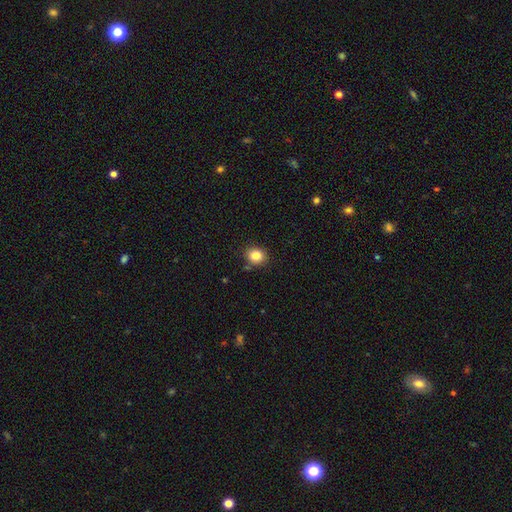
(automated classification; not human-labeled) Smooth or featured? Predicted: smooth (p=0.84). How rounded? Predicted: round (p=0.73). Merging? Predicted: none (p=0.85).